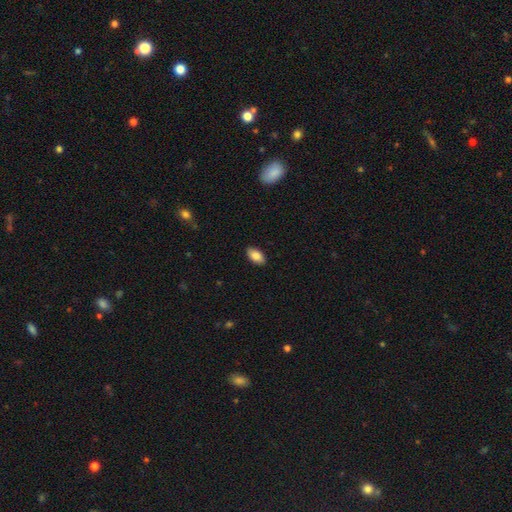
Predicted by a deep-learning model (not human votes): Smooth or featured?
  - smooth: 85% *
  - featured or disk: 8%
  - star or artifact: 7%
How rounded?
  - in between: 94% *
  - round: 4%
  - cigar-shaped: 3%
Merging?
  - none: 89% *
  - minor disturbance: 8%
  - major disturbance: 2%
  - merger: 1%